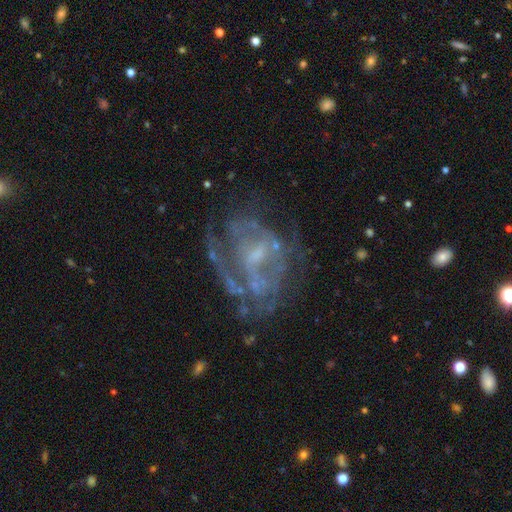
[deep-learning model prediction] smooth_or_featured: featured or disk (p=0.77) [alt: smooth p=0.12]
disk_edge_on: no (p=0.97) [alt: yes p=0.03]
bar: no (p=0.54) [alt: weak p=0.37]
has_spiral_arms: yes (p=0.58) [alt: no p=0.42]
bulge_size: small (p=0.53) [alt: none p=0.22]
merging: none (p=0.52) [alt: major disturbance p=0.25]